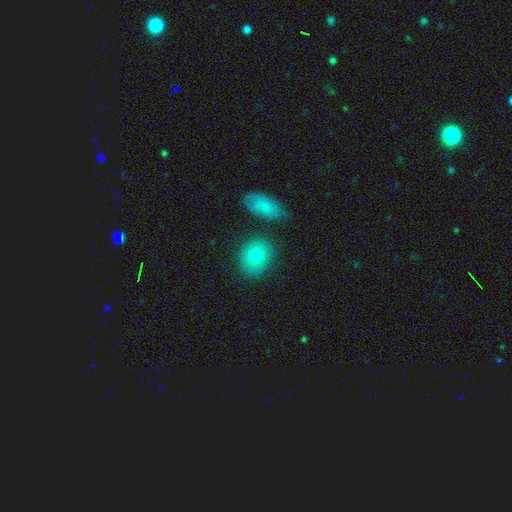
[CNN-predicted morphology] Smooth or featured: smooth — 80% (featured or disk — 12%)
How rounded: round — 72% (in between — 26%)
Merging: none — 77% (minor disturbance — 12%)